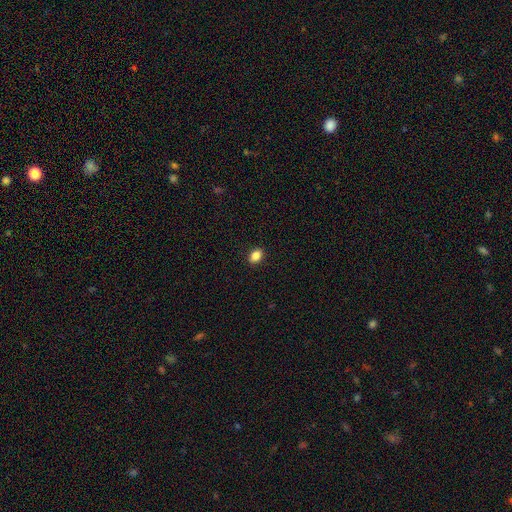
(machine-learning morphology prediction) Smooth or featured?
  - smooth: 87% *
  - star or artifact: 9%
  - featured or disk: 4%
How rounded?
  - in between: 77% *
  - round: 21%
  - cigar-shaped: 2%
Merging?
  - none: 90% *
  - minor disturbance: 7%
  - major disturbance: 2%
  - merger: 1%